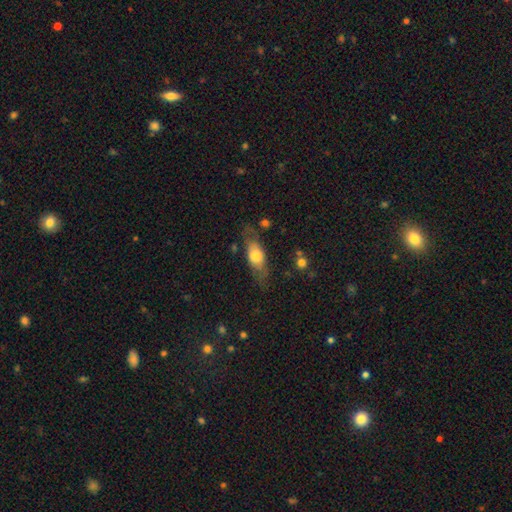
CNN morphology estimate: Smooth or featured? Predicted: smooth (p=0.61). How rounded? Predicted: in between (p=0.73). Merging? Predicted: none (p=0.65).